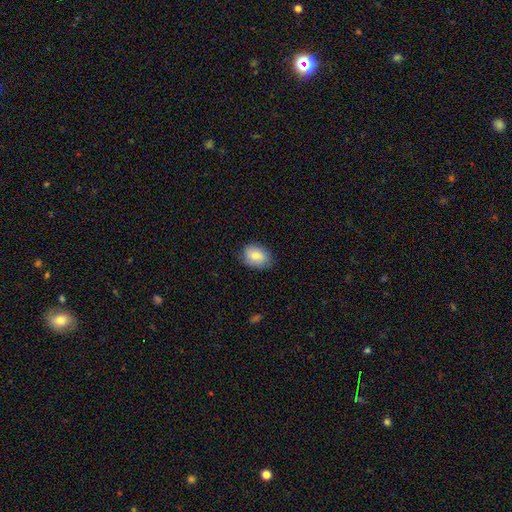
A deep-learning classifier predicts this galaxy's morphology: A smooth galaxy with no disk features (81%) that is in between round and cigar-shaped (76%).

Vote fractions:
- Smooth or featured? smooth: 81% / featured or disk: 12% / star or artifact: 7%
- How rounded? in between: 76% / round: 22% / cigar-shaped: 1%
- Merging? none: 78% / minor disturbance: 18% / major disturbance: 3% / merger: 1%